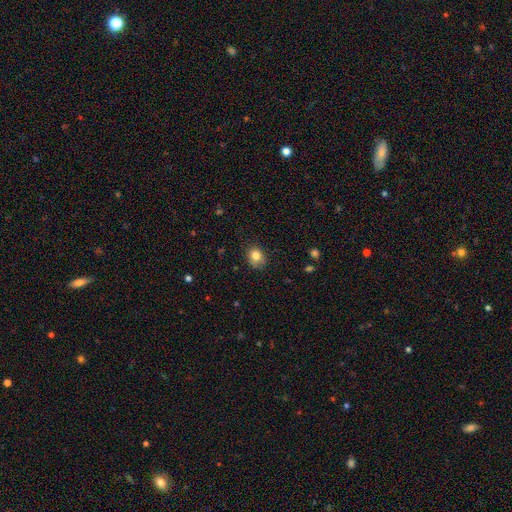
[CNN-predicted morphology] Q: Smooth or featured?
A: smooth (82%); runner-up: star or artifact (10%)
Q: How rounded?
A: round (60%); runner-up: in between (39%)
Q: Merging?
A: none (76%); runner-up: minor disturbance (19%)